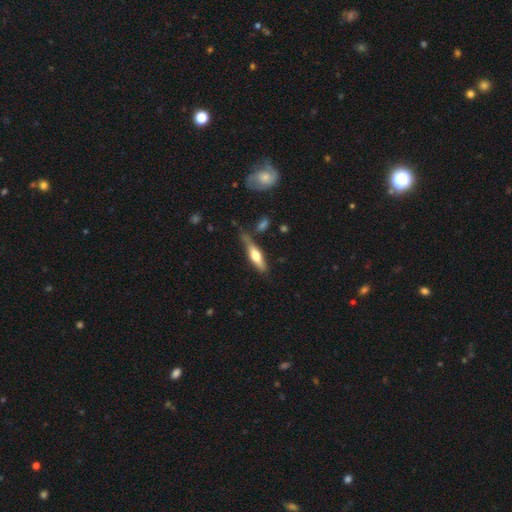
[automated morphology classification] This is possibly a smooth galaxy (52%). How rounded: likely cigar-shaped (67%). Merging: likely none (61%).